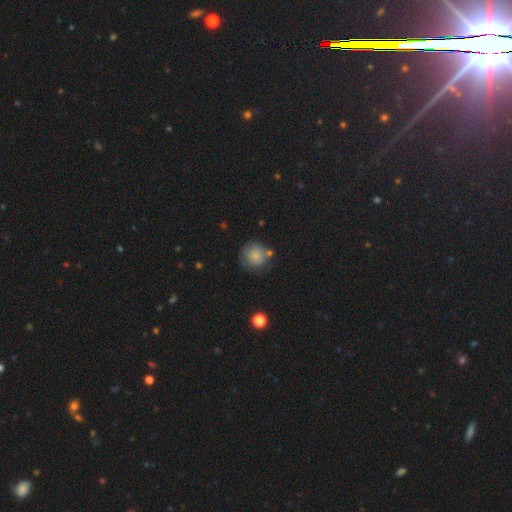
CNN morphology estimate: This appears to be a smooth galaxy with no disk features (70%) that is round (89%). Merging: none (58%).